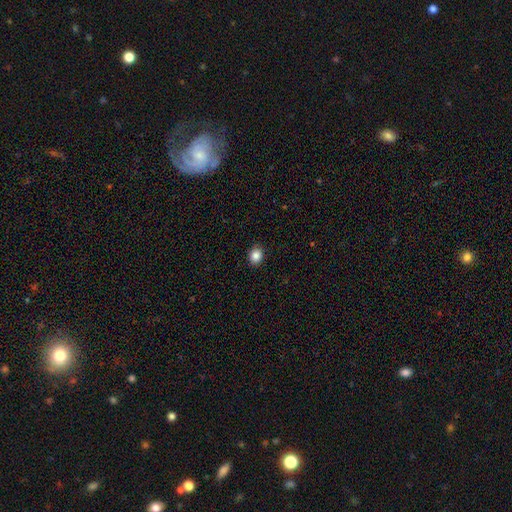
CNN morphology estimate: A smooth galaxy with no disk features (85%) that is round (53%). Merging: none (90%).